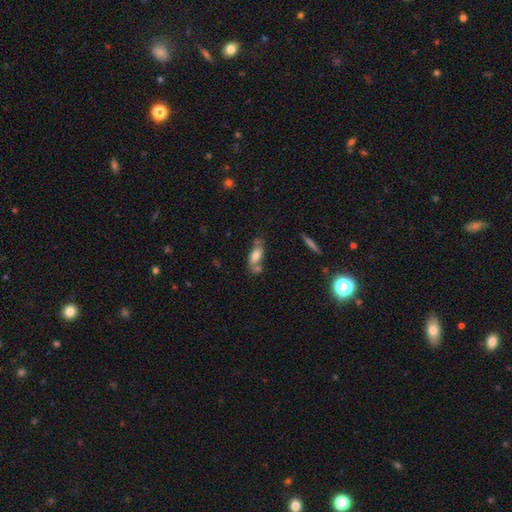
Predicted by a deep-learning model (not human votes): Morphology: type=smooth (62%); roundness=in between (74%); merging=none (49%).